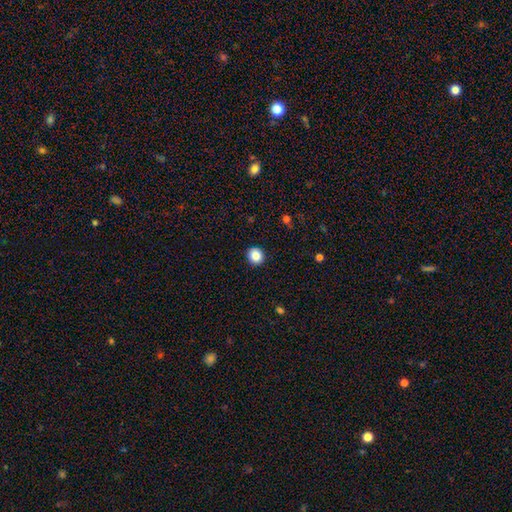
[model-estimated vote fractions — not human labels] A smooth galaxy with no disk features (86%) that is round (89%). Merging: none (92%).